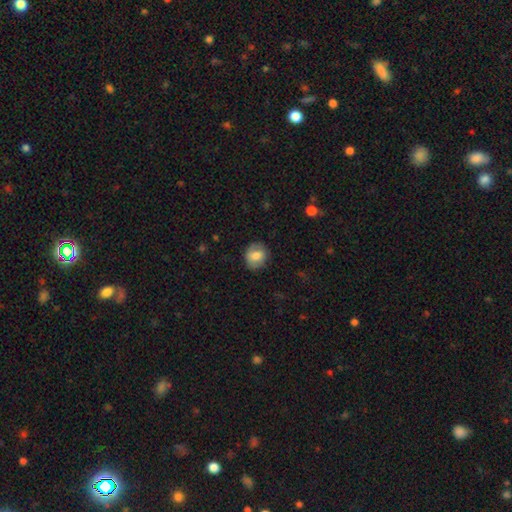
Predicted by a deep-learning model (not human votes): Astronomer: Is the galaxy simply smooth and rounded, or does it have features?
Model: smooth — 76%.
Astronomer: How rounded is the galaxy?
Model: round — 73%.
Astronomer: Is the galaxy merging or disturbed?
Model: none — 84%.